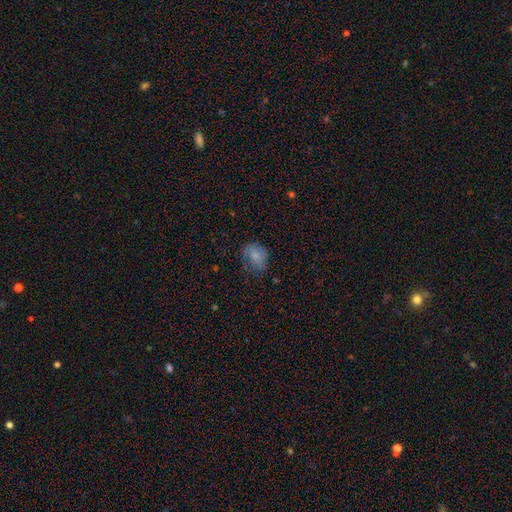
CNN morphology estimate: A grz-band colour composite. It shows a smooth galaxy with no disk features (73%) that is in between round and cigar-shaped (53%). Merging: none (55%).